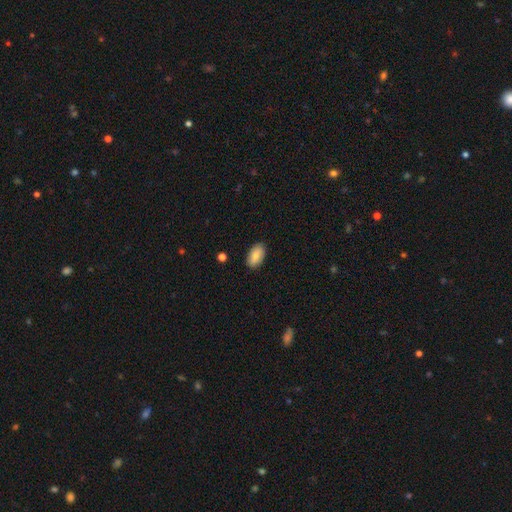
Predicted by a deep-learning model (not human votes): A smooth galaxy with no disk features (84%) that is in between round and cigar-shaped (94%). Merging: none (88%).